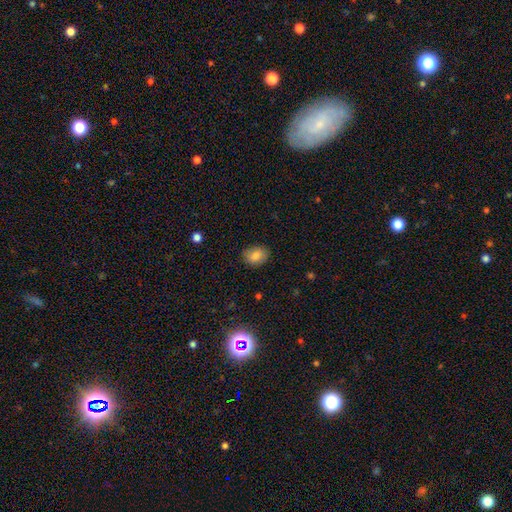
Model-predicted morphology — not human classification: This is clearly a smooth galaxy (83%). How rounded: likely in between (61%). Merging: clearly none (84%).